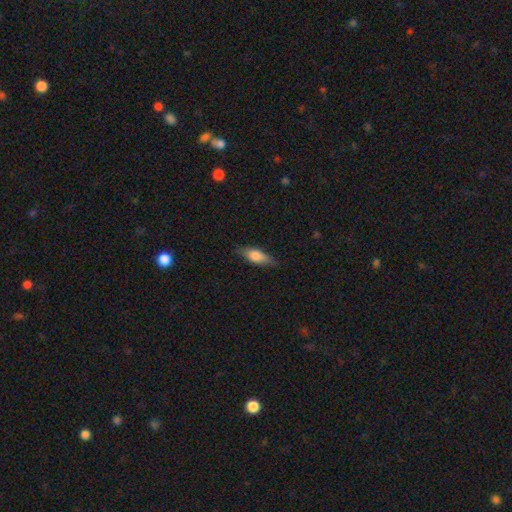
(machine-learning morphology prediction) Overall: smooth (70%). How rounded: in between (61%; cigar-shaped 37%). Merging: none (82%).